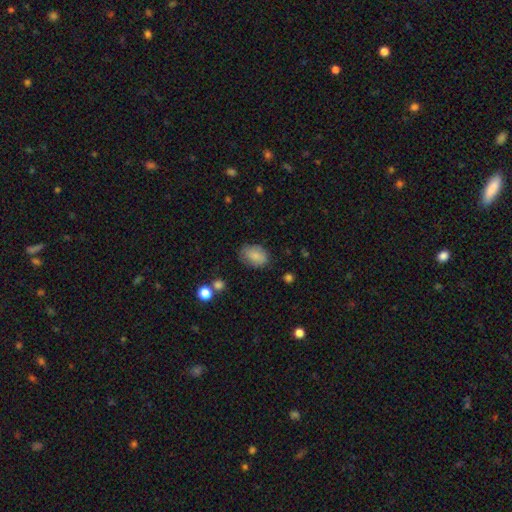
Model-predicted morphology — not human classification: A smooth galaxy with no disk features (80%) that is in between round and cigar-shaped (80%).

Vote fractions:
- Smooth or featured? smooth: 80% / featured or disk: 12% / star or artifact: 8%
- How rounded? in between: 80% / round: 18% / cigar-shaped: 1%
- Merging? none: 73% / minor disturbance: 20% / major disturbance: 5% / merger: 2%